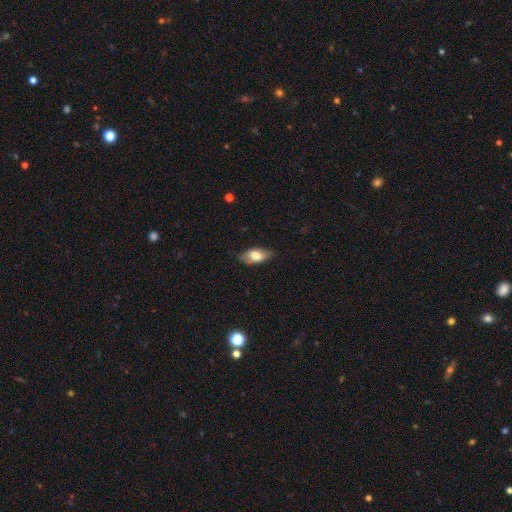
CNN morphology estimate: This is likely a smooth galaxy (75%). How rounded: clearly in between (88%). Merging: likely none (78%).